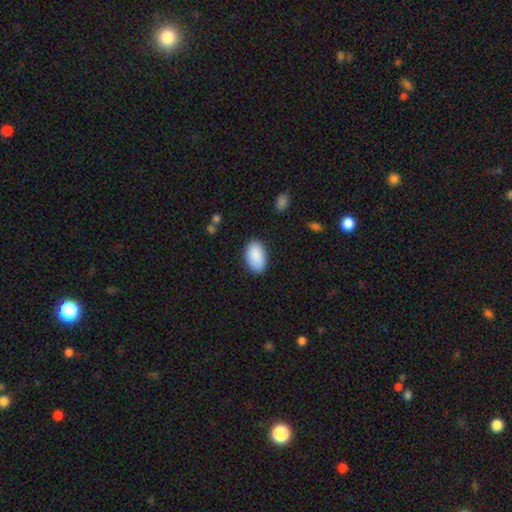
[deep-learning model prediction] smooth-or-featured: smooth: 90% | star or artifact: 6% | featured or disk: 4%
  how-rounded: in between: 94% | round: 4% | cigar-shaped: 1%
  merging: none: 85% | minor disturbance: 11% | major disturbance: 3% | merger: 1%